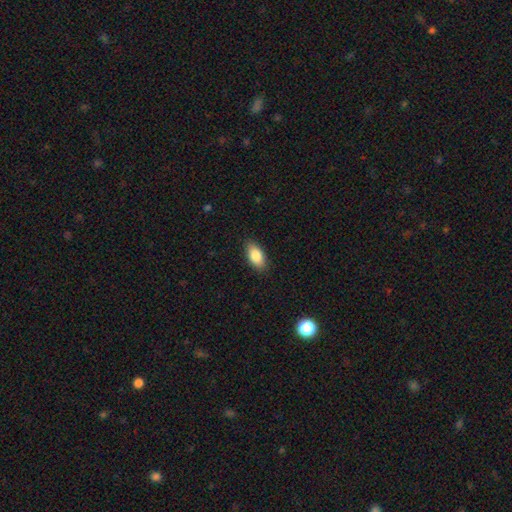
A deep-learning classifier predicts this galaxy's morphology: Smooth or featured: smooth — 87% (star or artifact — 7%)
How rounded: in between — 92% (cigar-shaped — 4%)
Merging: none — 87% (minor disturbance — 10%)